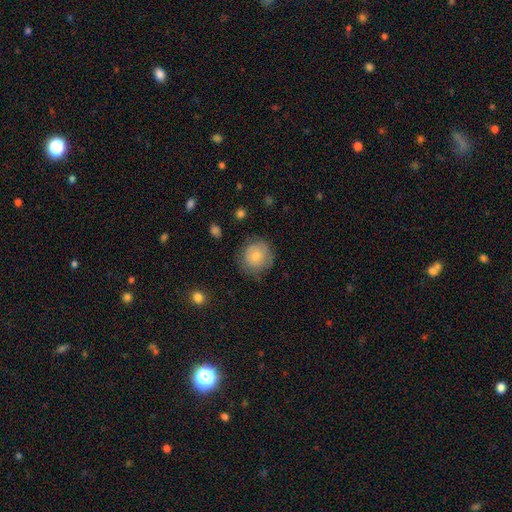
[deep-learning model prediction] Morphology: type=smooth (72%); roundness=round (88%); merging=none (70%).